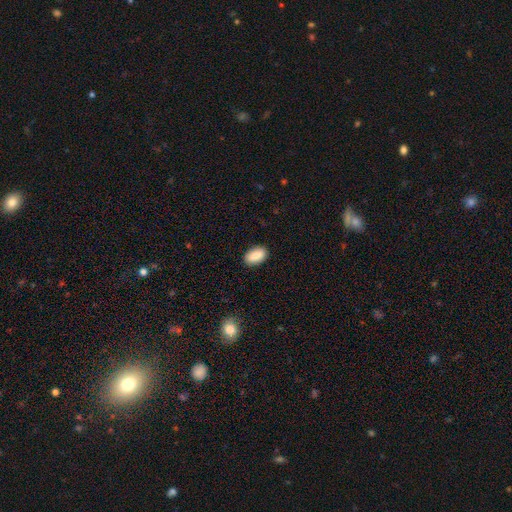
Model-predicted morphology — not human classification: Q: Smooth or featured?
A: smooth (88%); runner-up: star or artifact (7%)
Q: How rounded?
A: in between (93%); runner-up: round (5%)
Q: Merging?
A: none (89%); runner-up: minor disturbance (8%)